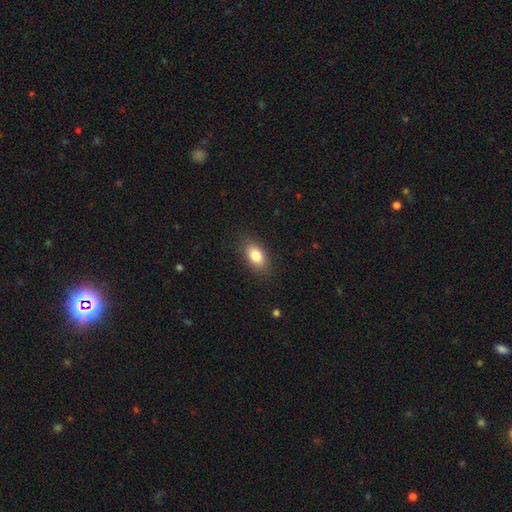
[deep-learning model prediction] Smooth or featured? Predicted: smooth (p=0.83). How rounded? Predicted: in between (p=0.89). Merging? Predicted: none (p=0.86).